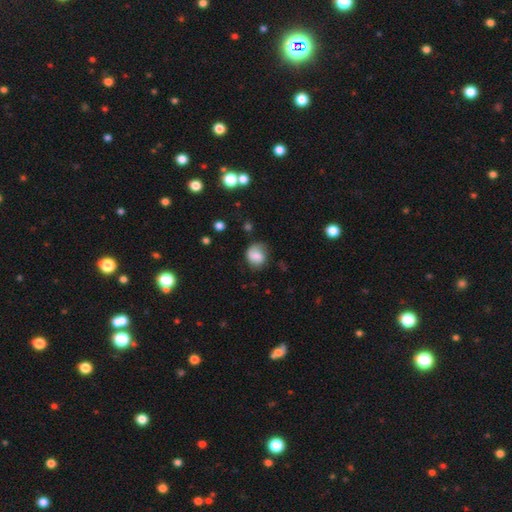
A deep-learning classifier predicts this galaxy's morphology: smooth 70%, featured or disk 21%, star or artifact 9%. Down the decision tree: how rounded — round (70%); merging — none (57%).